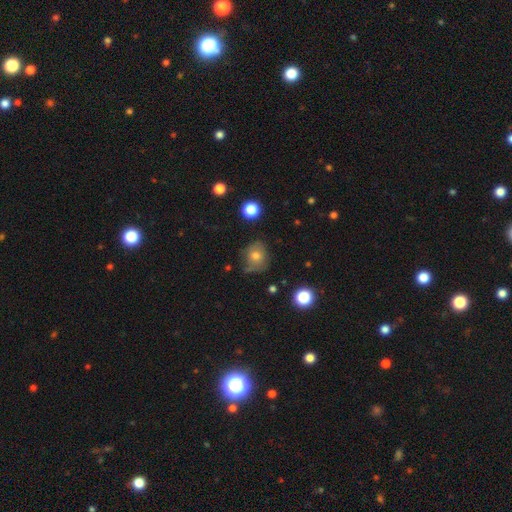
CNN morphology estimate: Smooth or featured?
  - smooth: 70% *
  - featured or disk: 17%
  - star or artifact: 13%
How rounded?
  - round: 71% *
  - in between: 28%
  - cigar-shaped: 1%
Merging?
  - none: 62% *
  - minor disturbance: 27%
  - major disturbance: 8%
  - merger: 3%